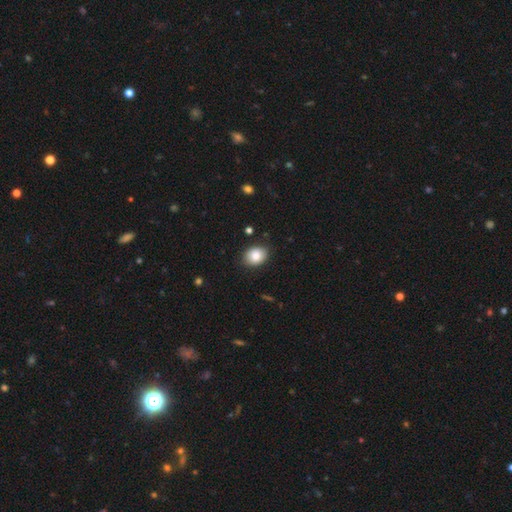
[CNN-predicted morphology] smooth_or_featured: smooth (p=0.83) [alt: featured or disk p=0.09]
how_rounded: in between (p=0.65) [alt: round p=0.34]
merging: none (p=0.85) [alt: minor disturbance p=0.11]